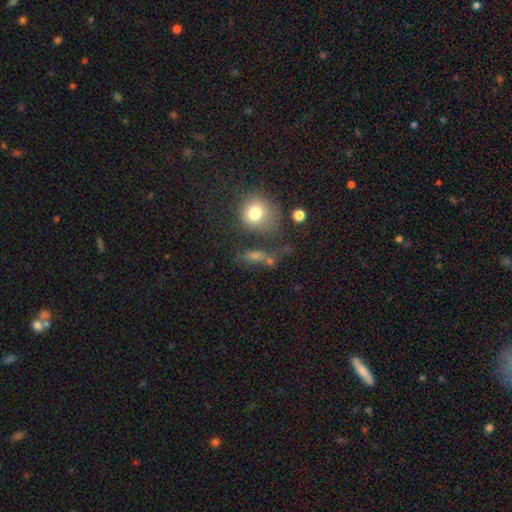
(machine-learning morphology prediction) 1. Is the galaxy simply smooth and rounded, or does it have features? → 62% smooth, 21% star or artifact, 17% featured or disk.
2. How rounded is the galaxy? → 47% in between, 41% round, 12% cigar-shaped.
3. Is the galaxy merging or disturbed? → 51% none, 17% minor disturbance, 17% merger, 15% major disturbance.